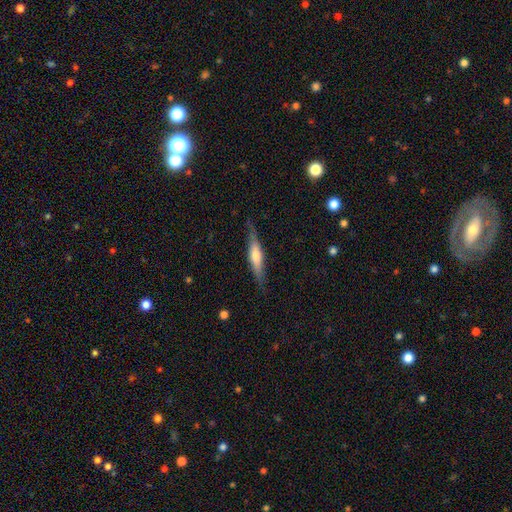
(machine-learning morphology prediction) A featured or disk galaxy (50%) viewed edge-on (90%).

Vote fractions:
- Smooth or featured? featured or disk: 50% / smooth: 44% / star or artifact: 6%
- Edge-on disk? yes: 90% / no: 10%
- Merging? none: 77% / minor disturbance: 17% / major disturbance: 4% / merger: 1%